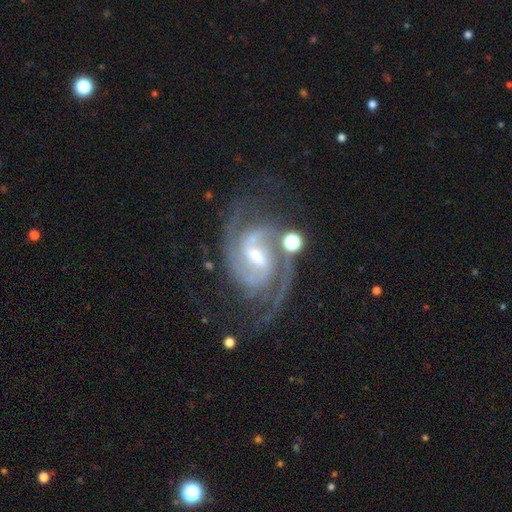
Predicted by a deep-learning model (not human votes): smooth_or_featured: featured or disk (p=0.92) [alt: star or artifact p=0.05]
disk_edge_on: no (p=0.97) [alt: yes p=0.03]
bar: weak (p=0.51) [alt: strong p=0.33]
has_spiral_arms: yes (p=0.98) [alt: no p=0.02]
spiral_winding: medium (p=0.51) [alt: tight p=0.41]
spiral_arm_count: 2 (p=0.74) [alt: 3 p=0.13]
bulge_size: moderate (p=0.47) [tied with: small p=0.47]
merging: none (p=0.64) [alt: minor disturbance p=0.18]